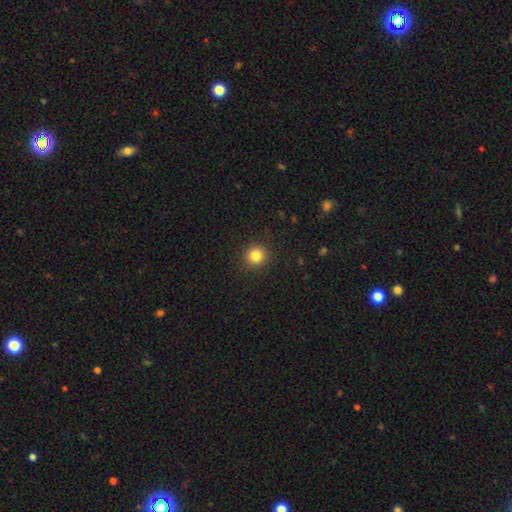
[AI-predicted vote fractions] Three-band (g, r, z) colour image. It shows a smooth galaxy with no disk features (84%) that is round (93%). Merging: none (92%).